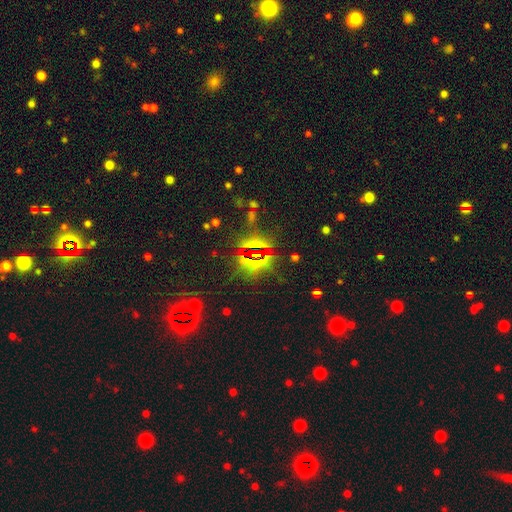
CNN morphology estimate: Q: Smooth or featured?
A: star or artifact (76%); runner-up: smooth (15%)